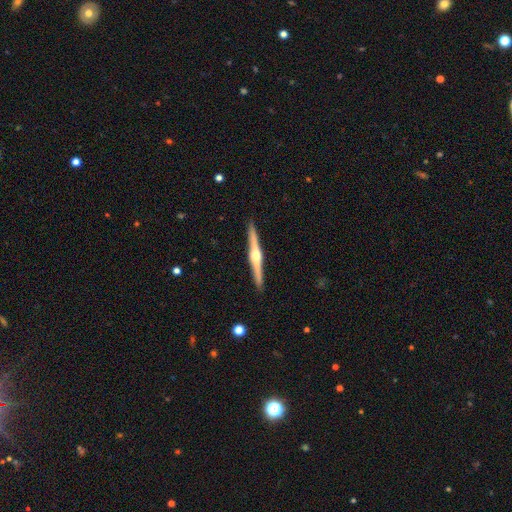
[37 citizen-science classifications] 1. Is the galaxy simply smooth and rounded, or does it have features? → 89% featured or disk, 8% smooth, 3% star or artifact.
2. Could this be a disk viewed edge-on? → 100% yes, 0% no.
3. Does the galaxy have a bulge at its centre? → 100% rounded, 0% boxy, 0% none.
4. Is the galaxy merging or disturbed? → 100% none, 0% minor disturbance, 0% major disturbance, 0% merger.